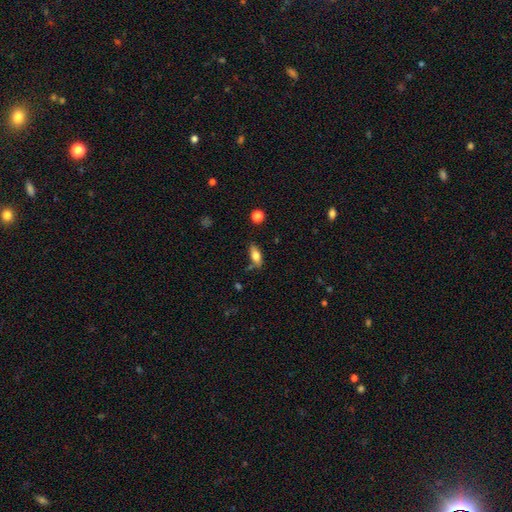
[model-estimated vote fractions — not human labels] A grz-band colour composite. It shows a smooth galaxy with no disk features (72%) that is in between round and cigar-shaped (79%). Merging: none (71%).